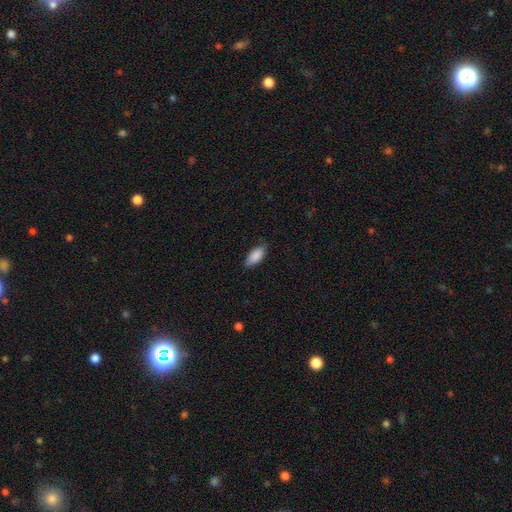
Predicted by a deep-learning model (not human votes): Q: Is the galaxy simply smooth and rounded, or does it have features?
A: smooth — 88%.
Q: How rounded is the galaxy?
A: in between — 86%.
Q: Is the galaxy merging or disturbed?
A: none — 82%.